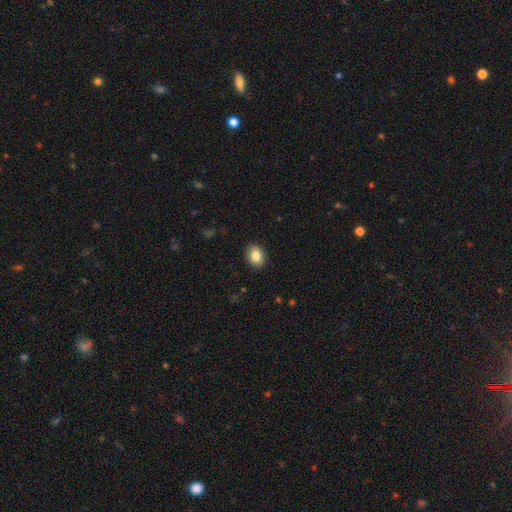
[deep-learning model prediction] A smooth galaxy with no disk features (84%) that is in between round and cigar-shaped (65%).

Vote fractions:
- Smooth or featured? smooth: 84% / star or artifact: 8% / featured or disk: 8%
- How rounded? in between: 65% / round: 34% / cigar-shaped: 1%
- Merging? none: 90% / minor disturbance: 7% / major disturbance: 2% / merger: 1%